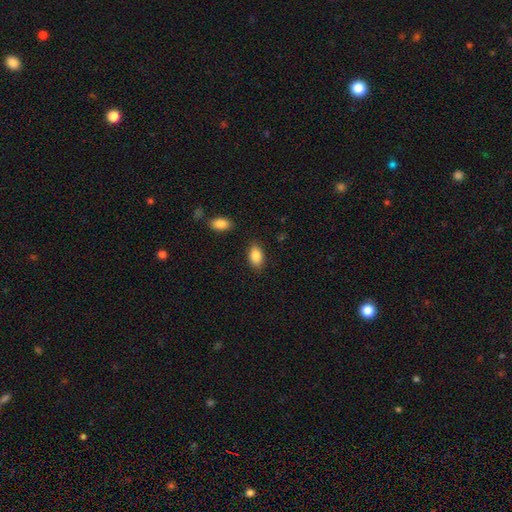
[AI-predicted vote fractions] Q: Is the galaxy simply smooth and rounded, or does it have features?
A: smooth — 86%.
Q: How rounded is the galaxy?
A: in between — 91%.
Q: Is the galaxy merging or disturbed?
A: none — 85%.